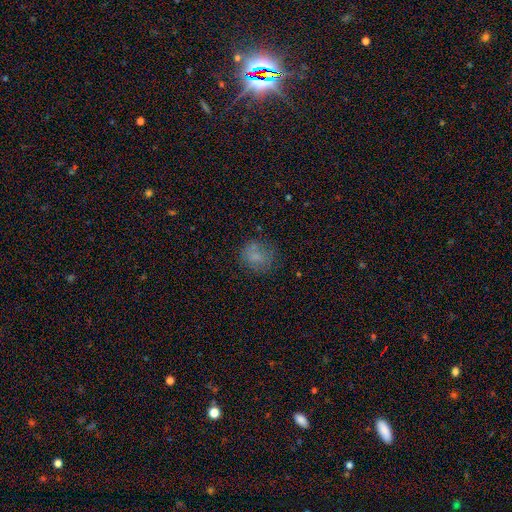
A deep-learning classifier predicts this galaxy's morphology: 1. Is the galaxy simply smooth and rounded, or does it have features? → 71% smooth, 14% featured or disk, 14% star or artifact.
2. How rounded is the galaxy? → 75% round, 24% in between, 1% cigar-shaped.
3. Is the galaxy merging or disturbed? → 68% none, 19% minor disturbance, 10% major disturbance, 3% merger.